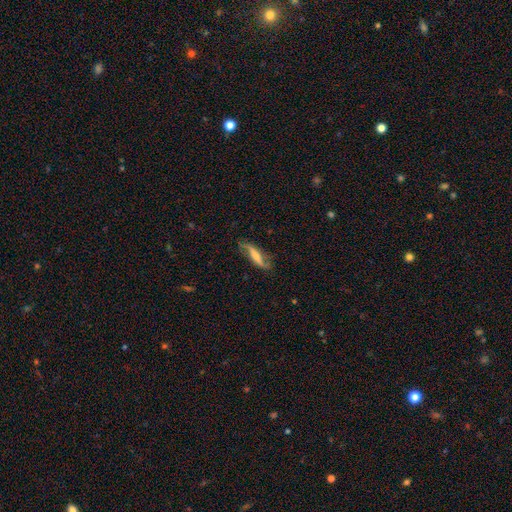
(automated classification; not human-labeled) featured or disk 68%, smooth 26%, star or artifact 6%. Down the decision tree: edge-on disk — no (67%); merging — none (69%).